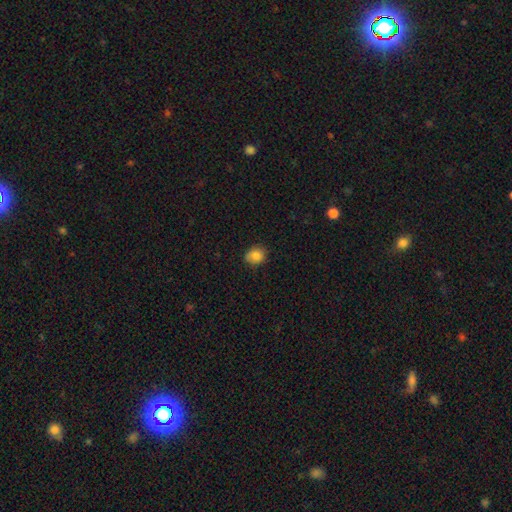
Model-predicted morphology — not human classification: The model was most divided on "how rounded": round: 67%, in between: 32%, cigar-shaped: 1%. More confident: smooth or featured — smooth (84%); merging — none (79%).